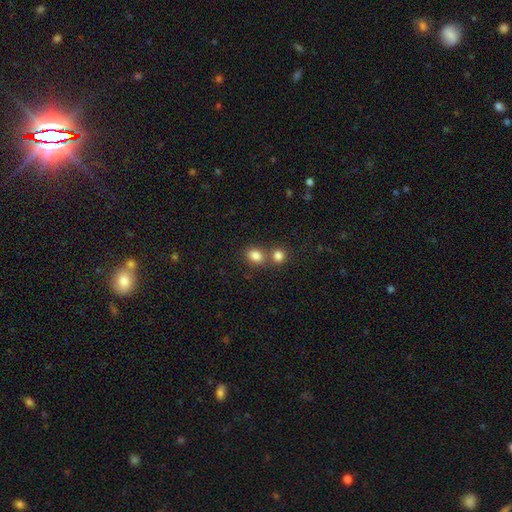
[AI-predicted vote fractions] smooth-or-featured: smooth: 83% | star or artifact: 11% | featured or disk: 6%
  how-rounded: in between: 56% | round: 43% | cigar-shaped: 1%
  merging: none: 52% | merger: 36% | minor disturbance: 9% | major disturbance: 3%